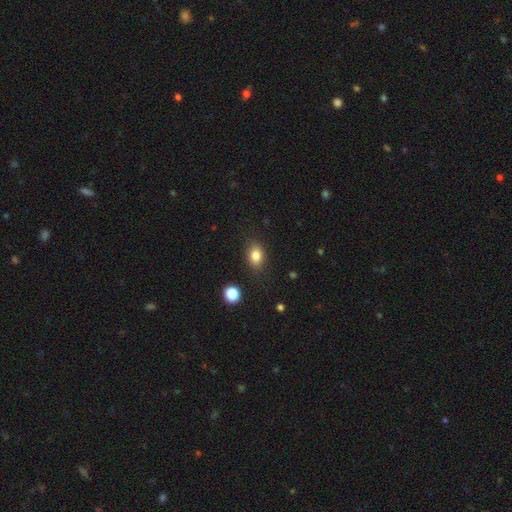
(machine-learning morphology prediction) Smooth or featured? Predicted: smooth (p=0.81). How rounded? Predicted: in between (p=0.76). Merging? Predicted: none (p=0.84).